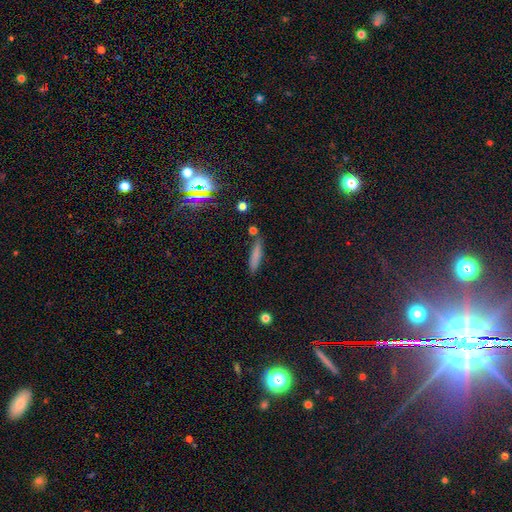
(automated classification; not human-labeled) Overall: smooth (75%). How rounded: cigar-shaped (83%). Merging: none (79%).